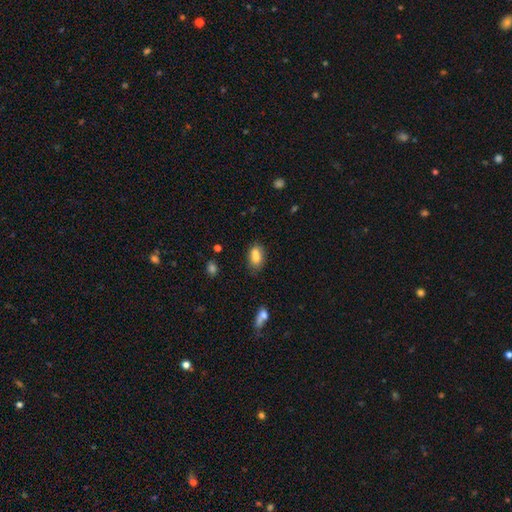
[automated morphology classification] smooth-or-featured: smooth: 74% | featured or disk: 16% | star or artifact: 10%
  how-rounded: in between: 81% | round: 15% | cigar-shaped: 4%
  merging: merger: 40% (tied) | none: 40% (tied) | minor disturbance: 14% | major disturbance: 5%